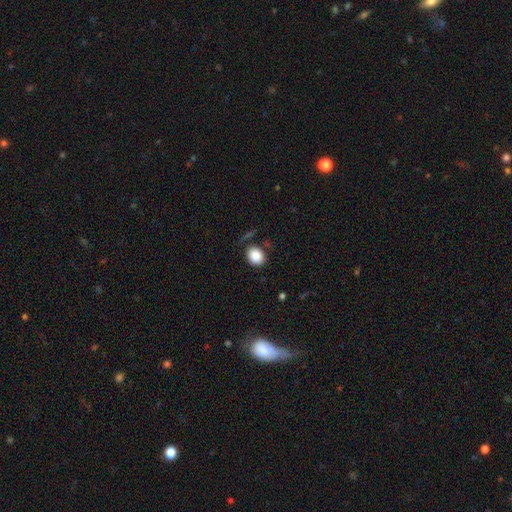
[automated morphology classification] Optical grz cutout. It shows a smooth galaxy with no disk features (86%) that is round (60%). Merging: none (78%).